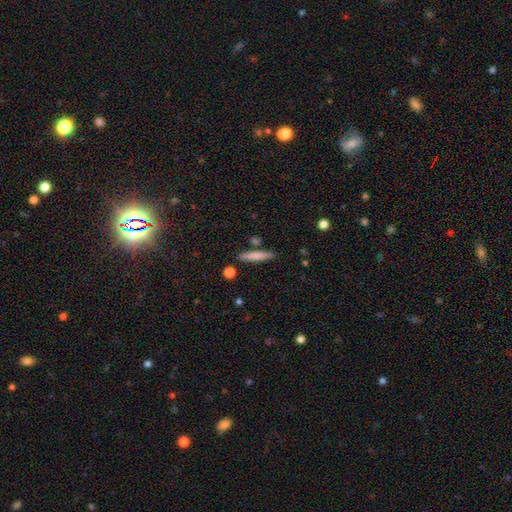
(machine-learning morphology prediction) A smooth galaxy with no disk features (73%) that is cigar-shaped (92%).

Vote fractions:
- Smooth or featured? smooth: 73% / featured or disk: 21% / star or artifact: 6%
- How rounded? cigar-shaped: 92% / in between: 6% / round: 2%
- Merging? none: 84% / minor disturbance: 9% / merger: 5% / major disturbance: 2%